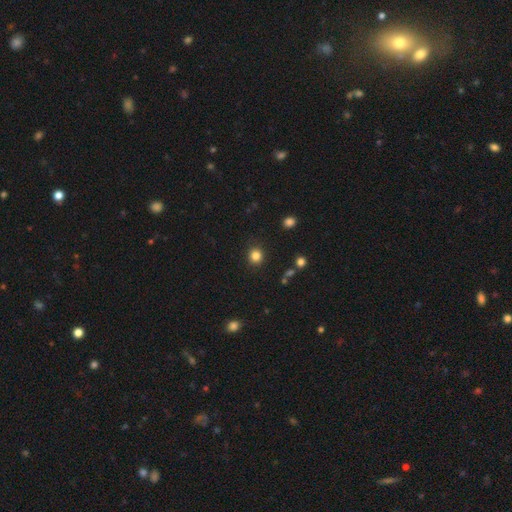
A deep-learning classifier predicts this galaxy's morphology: This appears to be a smooth galaxy with no disk features (83%) that is round (87%). Merging: none (88%).